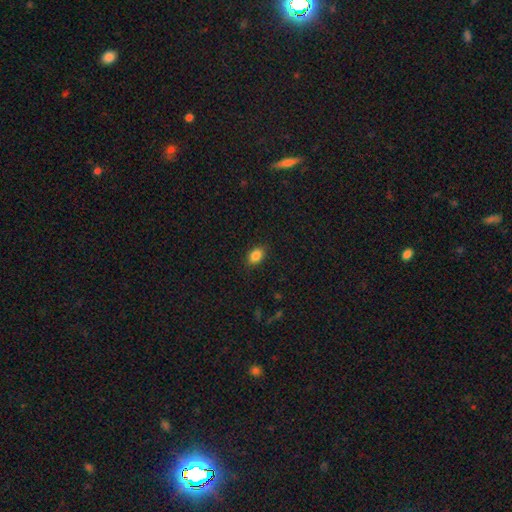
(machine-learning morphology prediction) Overall: smooth (86%). How rounded: in between (78%). Merging: none (87%).